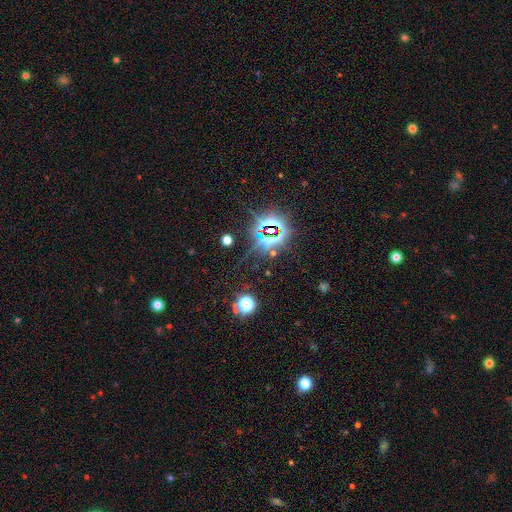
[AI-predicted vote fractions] star or artifact 81%, smooth 11%, featured or disk 8%.